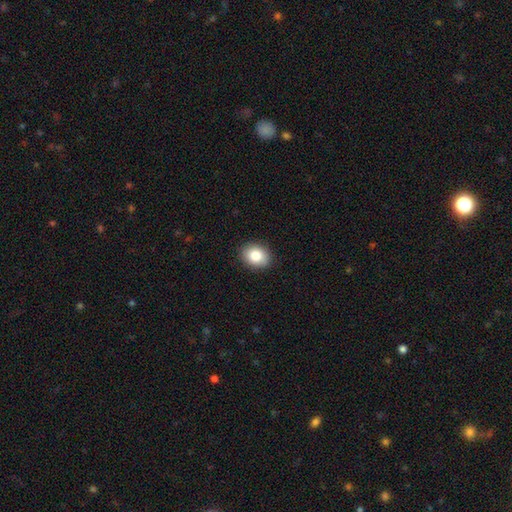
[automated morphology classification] A smooth galaxy with no disk features (84%) that is in between round and cigar-shaped (51%).

Vote fractions:
- Smooth or featured? smooth: 84% / star or artifact: 9% / featured or disk: 8%
- How rounded? in between: 51% / round: 48% / cigar-shaped: 1%
- Merging? none: 90% / minor disturbance: 7% / major disturbance: 2% / merger: 1%